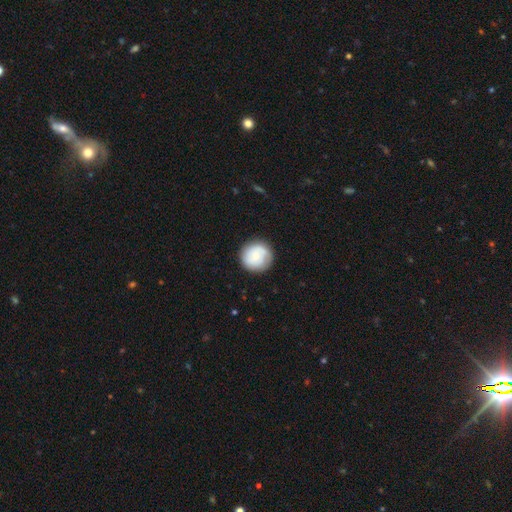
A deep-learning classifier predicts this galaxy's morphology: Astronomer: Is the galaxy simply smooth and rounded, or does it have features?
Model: smooth — 60%.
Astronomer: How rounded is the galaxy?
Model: round — 93%.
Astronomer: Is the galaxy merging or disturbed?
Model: none — 84%.